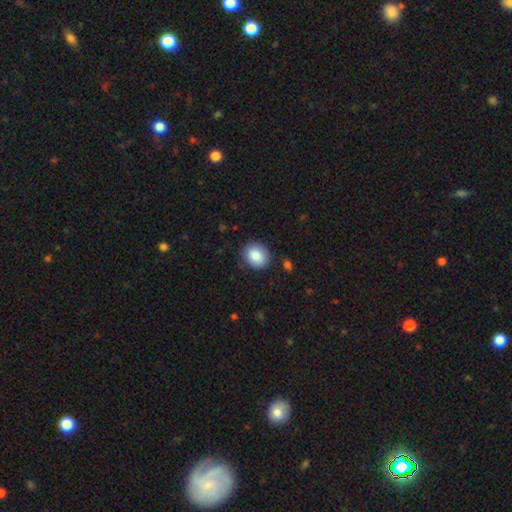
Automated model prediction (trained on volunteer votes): This is clearly a smooth galaxy (86%). How rounded: likely round (62%). Merging: clearly none (84%).